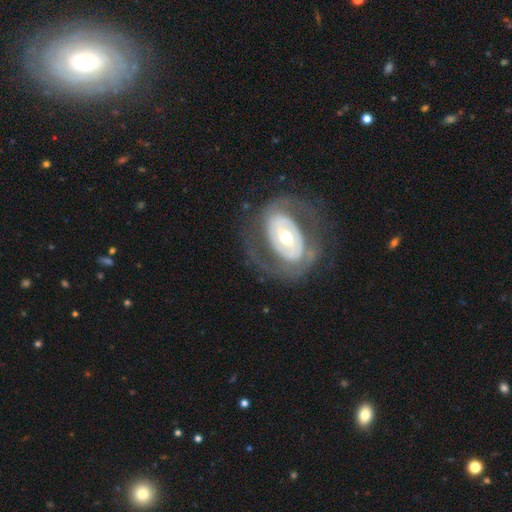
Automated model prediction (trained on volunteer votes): Q: Smooth or featured?
A: featured or disk (80%); runner-up: smooth (13%)
Q: Edge-on disk?
A: no (95%); runner-up: yes (5%)
Q: Bar?
A: no (45%); runner-up: weak (28%)
Q: Spiral arms?
A: yes (75%); runner-up: no (25%)
Q: Spiral winding?
A: tight (46%); runner-up: medium (37%)
Q: Spiral arm count?
A: 2 (71%); runner-up: can't tell (17%)
Q: Bulge size?
A: small (45%); runner-up: moderate (44%)
Q: Merging?
A: none (72%); runner-up: major disturbance (14%)